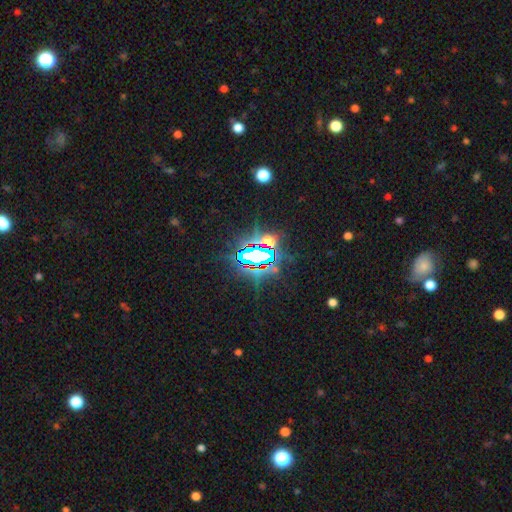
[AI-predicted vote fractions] star or artifact 78%, smooth 11%, featured or disk 10%.